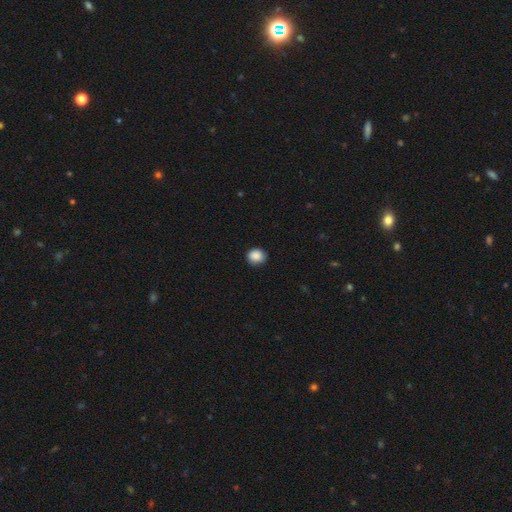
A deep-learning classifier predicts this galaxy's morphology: smooth-or-featured: smooth: 88% | star or artifact: 9% | featured or disk: 3%
  how-rounded: round: 78% | in between: 22% | cigar-shaped: 1%
  merging: none: 85% | minor disturbance: 12% | major disturbance: 2% | merger: 1%